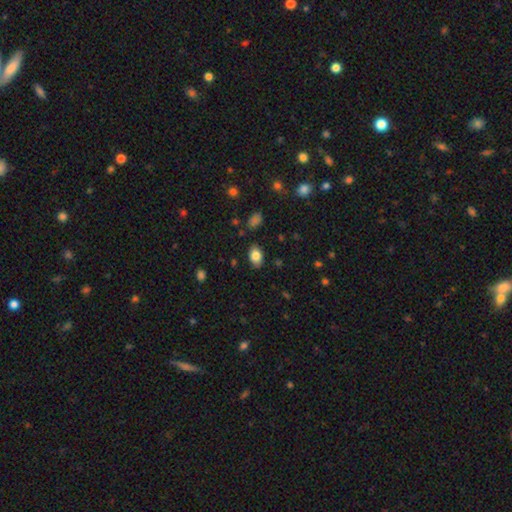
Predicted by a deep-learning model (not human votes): A smooth galaxy with no disk features (82%) that is in between round and cigar-shaped (86%).

Vote fractions:
- Smooth or featured? smooth: 82% / featured or disk: 9% / star or artifact: 8%
- How rounded? in between: 86% / round: 12% / cigar-shaped: 1%
- Merging? none: 85% / minor disturbance: 11% / major disturbance: 3% / merger: 1%